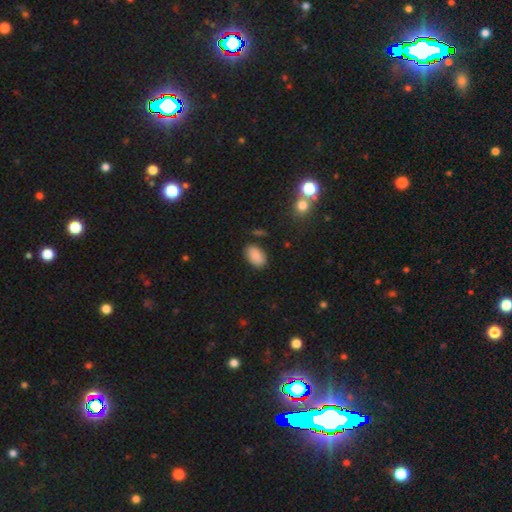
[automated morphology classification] Smooth or featured? smooth (87%)
How rounded? in between (92%)
Merging? none (83%)